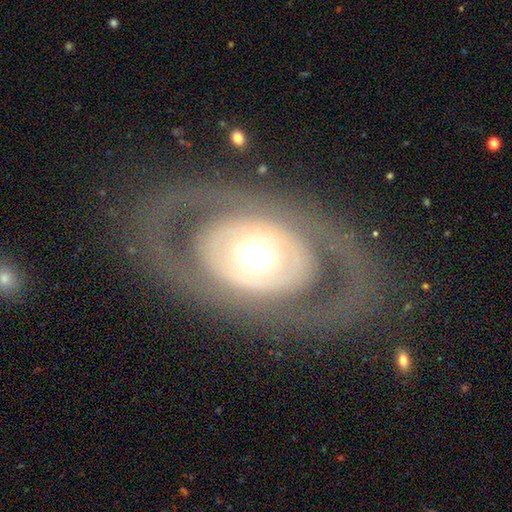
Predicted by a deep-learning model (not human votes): Smooth or featured?
  - featured or disk: 68% *
  - smooth: 26%
  - star or artifact: 6%
Edge-on disk?
  - no: 90% *
  - yes: 10%
Bar?
  - no: 86% *
  - weak: 9%
  - strong: 5%
Spiral arms?
  - no: 80% *
  - yes: 20%
Bulge size?
  - moderate: 46% *
  - large: 39%
  - dominant: 9%
  - small: 5%
  - none: 1%
Merging?
  - none: 78% *
  - minor disturbance: 11%
  - major disturbance: 10%
  - merger: 1%